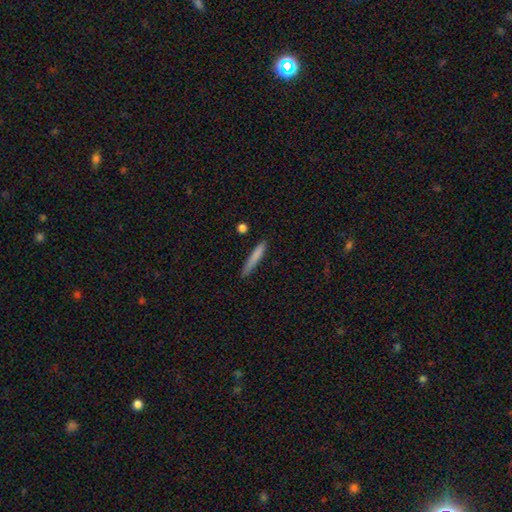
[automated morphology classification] type=smooth (78%); roundness=cigar-shaped (94%); merging=none (83%).